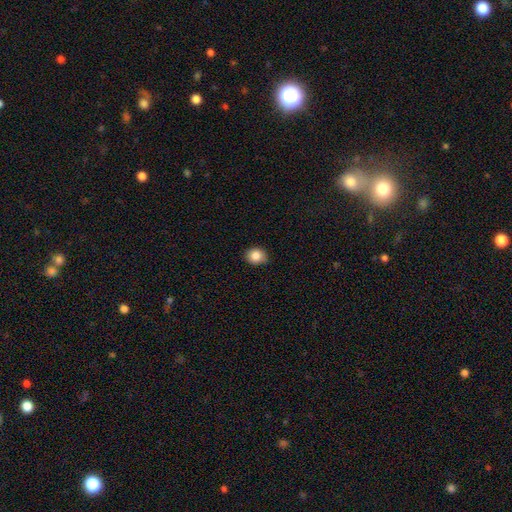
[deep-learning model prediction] The model was most divided on "how rounded": round: 73%, in between: 26%, cigar-shaped: 1%. More confident: smooth or featured — smooth (85%); merging — none (83%).